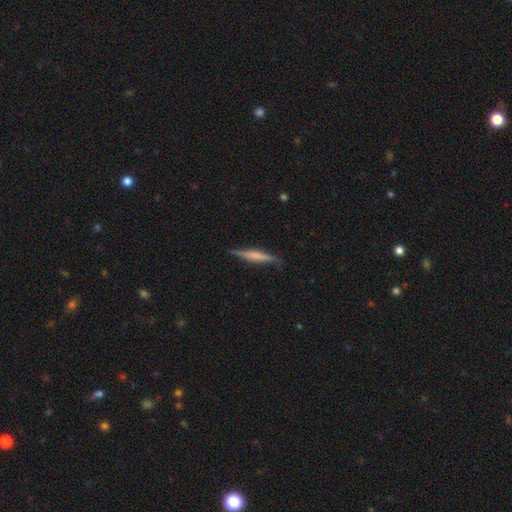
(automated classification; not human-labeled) This is possibly a featured or disk galaxy (52%). It is clearly viewed edge-on (95%). Merging: clearly none (82%).